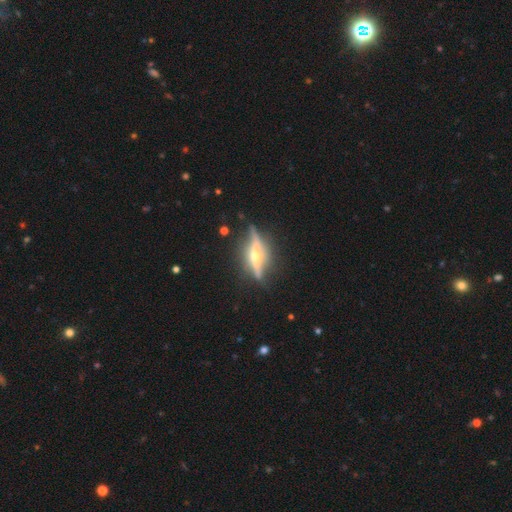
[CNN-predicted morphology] smooth-or-featured: featured or disk: 80% | smooth: 13% | star or artifact: 7%
  disk-edge-on: yes: 91% | no: 9%
    edge-on-bulge: rounded: 92% | boxy: 4% | none: 4%
  merging: none: 76% | minor disturbance: 16% | major disturbance: 6% | merger: 2%